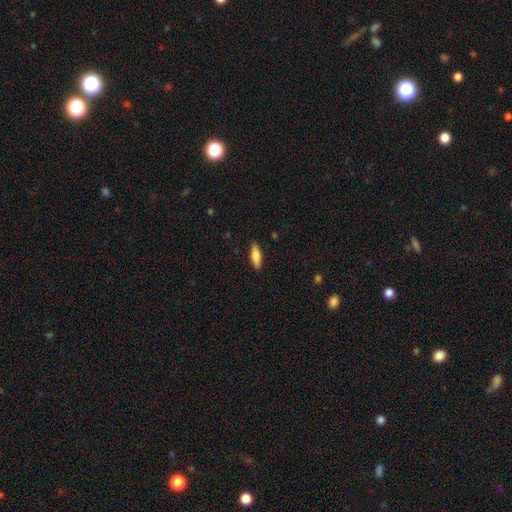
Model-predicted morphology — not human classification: The model was most divided on "how rounded": in between: 57%, cigar-shaped: 41%, round: 2%. More confident: merging — none (88%); smooth or featured — smooth (76%).